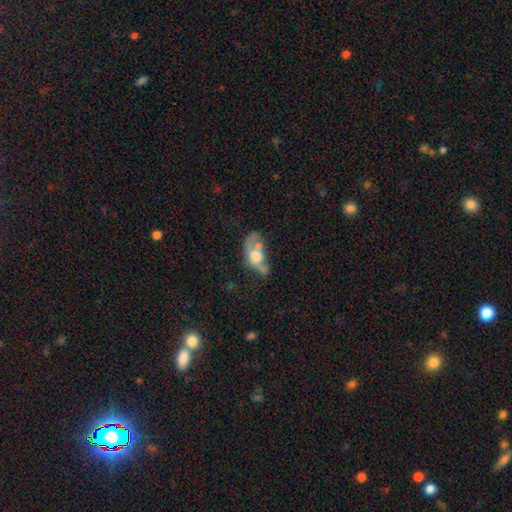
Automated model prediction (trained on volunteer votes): Smooth or featured?
  - featured or disk: 47% *
  - smooth: 44%
  - star or artifact: 10%
Merging?
  - major disturbance: 31% *
  - merger: 29%
  - none: 22%
  - minor disturbance: 18%